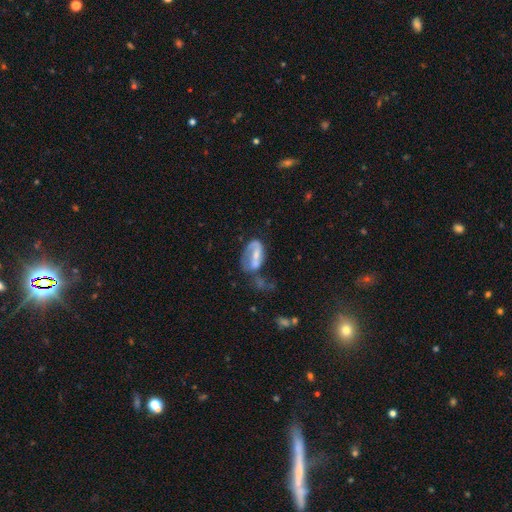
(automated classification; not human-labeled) Smooth or featured? featured or disk (61%)
Edge-on disk? no (95%)
Bar? weak (35%)
Spiral arms? yes (65%)
Bulge size? small (41%)
Merging? major disturbance (32%)